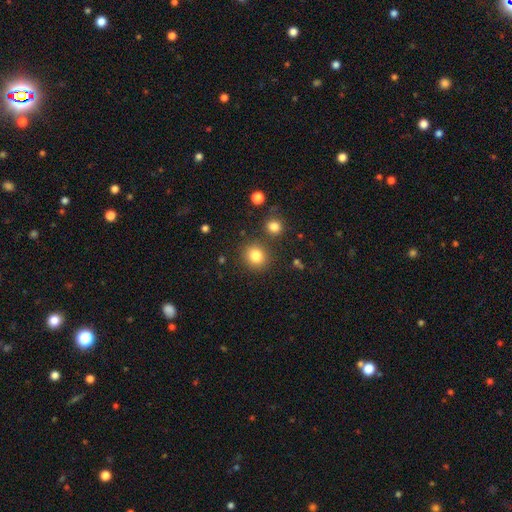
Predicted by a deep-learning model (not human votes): Smooth or featured? Predicted: smooth (p=0.82). How rounded? Predicted: round (p=0.86). Merging? Predicted: none (p=0.83).